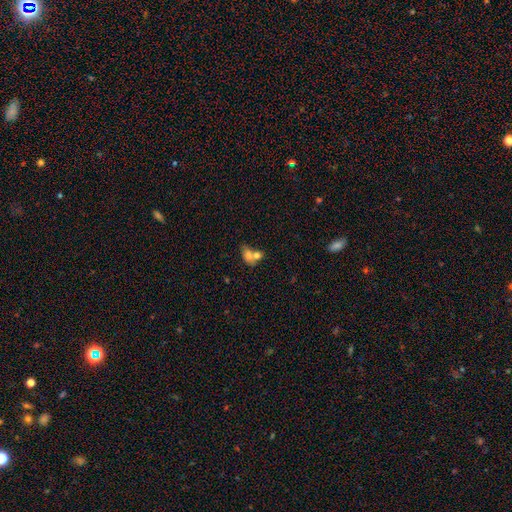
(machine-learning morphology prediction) smooth-or-featured: smooth: 70% | featured or disk: 20% | star or artifact: 10%
  how-rounded: in between: 66% | round: 32% | cigar-shaped: 2%
  merging: merger: 67% | none: 20% | minor disturbance: 8% | major disturbance: 5%